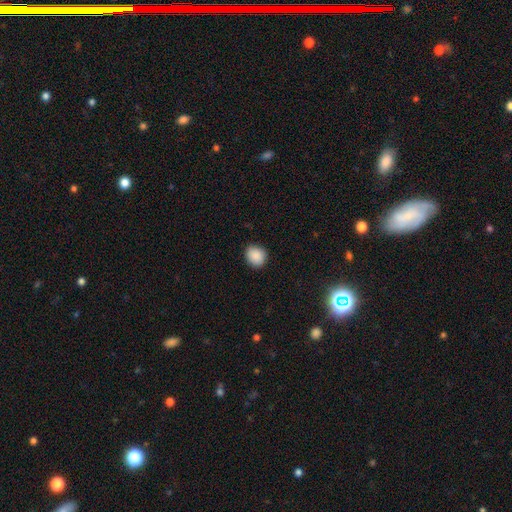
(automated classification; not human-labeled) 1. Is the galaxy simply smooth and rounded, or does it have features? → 89% smooth, 8% star or artifact, 3% featured or disk.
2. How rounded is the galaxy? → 76% round, 23% in between, 1% cigar-shaped.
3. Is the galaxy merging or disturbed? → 88% none, 9% minor disturbance, 2% major disturbance, 1% merger.